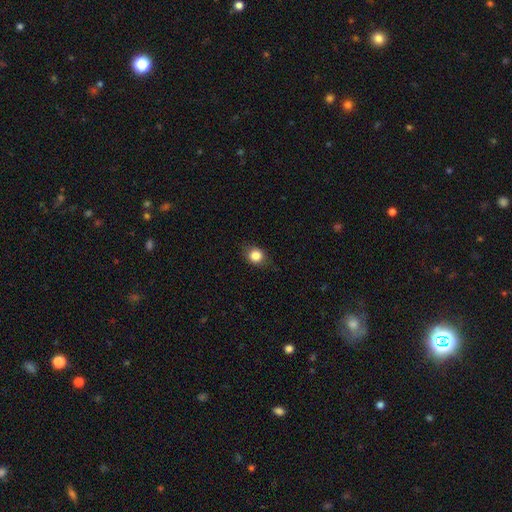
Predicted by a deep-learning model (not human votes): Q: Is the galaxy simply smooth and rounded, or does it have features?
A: smooth — 83%.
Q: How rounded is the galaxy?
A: round — 72%.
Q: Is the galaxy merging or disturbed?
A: none — 79%.